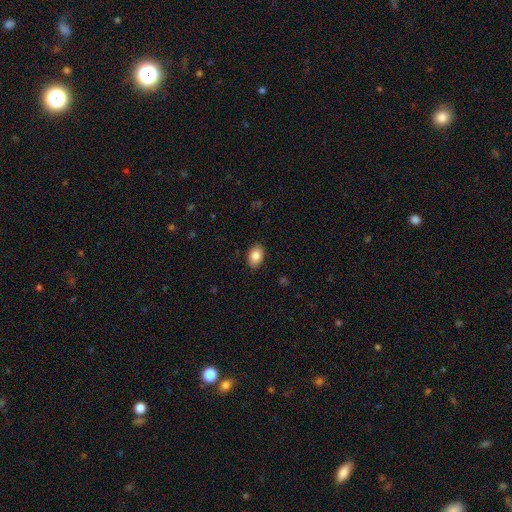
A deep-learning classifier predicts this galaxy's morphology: smooth_or_featured: smooth (p=0.85) [alt: star or artifact p=0.08]
how_rounded: in between (p=0.84) [alt: round p=0.14]
merging: none (p=0.89) [alt: minor disturbance p=0.08]